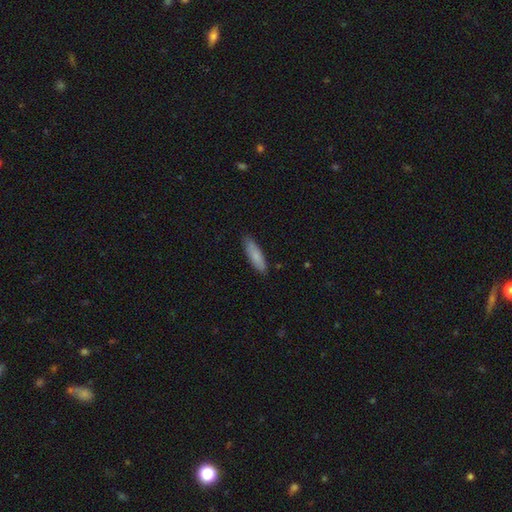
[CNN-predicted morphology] Smooth or featured? smooth (83%)
How rounded? cigar-shaped (64%)
Merging? none (86%)